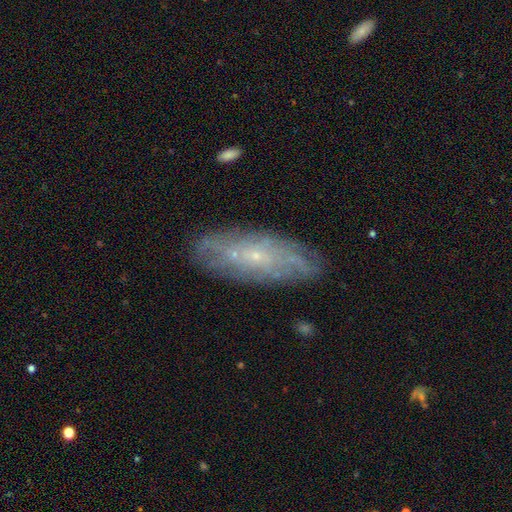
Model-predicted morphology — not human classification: Smooth or featured? featured or disk (67%)
Edge-on disk? no (81%)
Bar? no (78%)
Spiral arms? yes (72%)
Bulge size? small (83%)
Merging? none (79%)